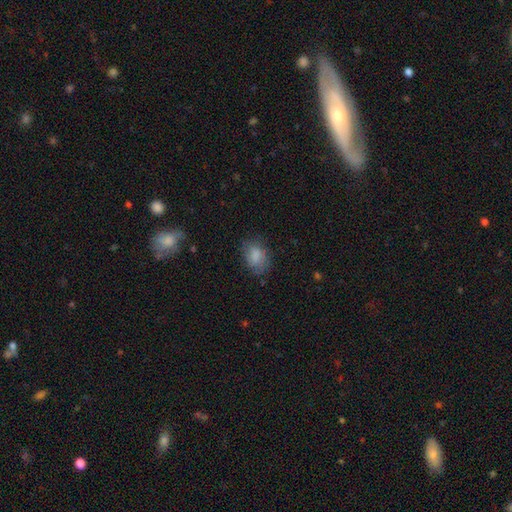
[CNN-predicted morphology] Smooth or featured?
  - smooth: 79% *
  - featured or disk: 13%
  - star or artifact: 8%
How rounded?
  - in between: 77% *
  - round: 21%
  - cigar-shaped: 1%
Merging?
  - none: 69% *
  - minor disturbance: 22%
  - major disturbance: 8%
  - merger: 1%